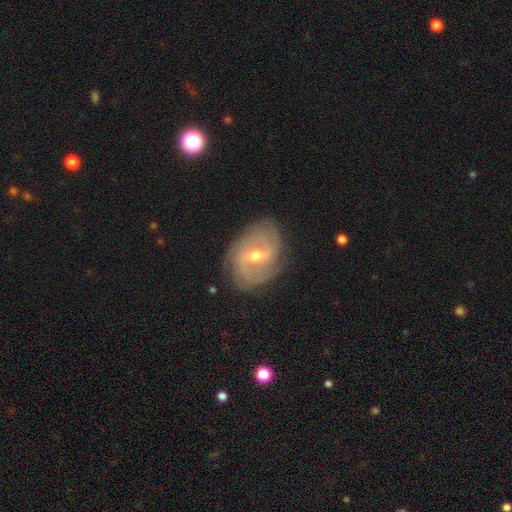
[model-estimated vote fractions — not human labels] A featured or disk galaxy (83%) with a weak bar (56%), 2 (45%) tight (45%) spiral arms (92%) and a moderate central bulge (59%). Merging: none (77%).